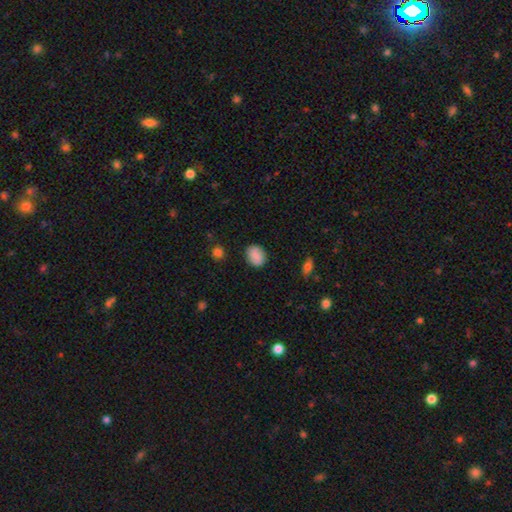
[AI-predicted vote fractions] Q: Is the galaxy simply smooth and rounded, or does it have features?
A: smooth — 86%.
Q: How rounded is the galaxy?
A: in between — 50%.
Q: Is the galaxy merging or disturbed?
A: none — 86%.